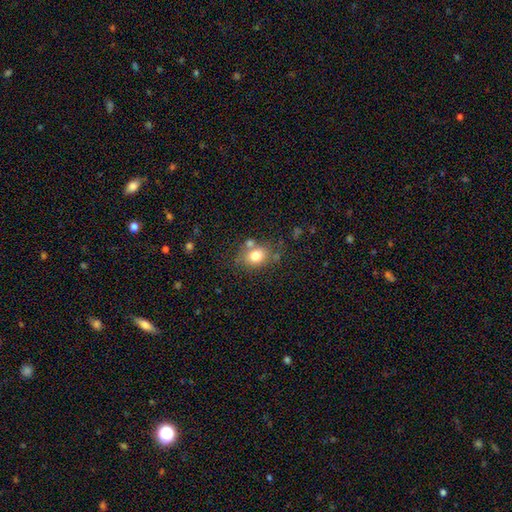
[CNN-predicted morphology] The model was most divided on "how rounded": in between: 52%, round: 47%, cigar-shaped: 1%. More confident: smooth or featured — smooth (76%); merging — none (63%).